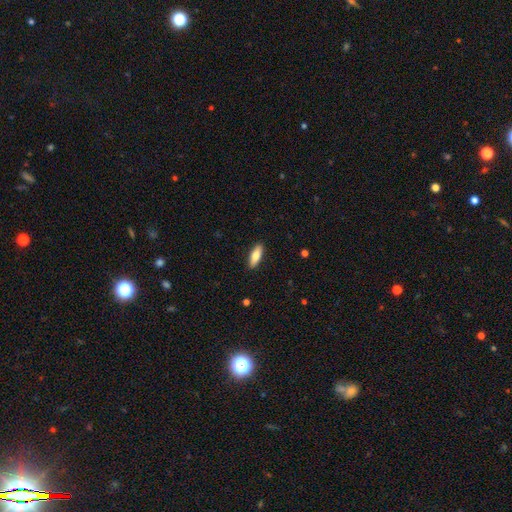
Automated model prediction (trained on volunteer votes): Smooth or featured? smooth (79%)
How rounded? in between (61%)
Merging? none (90%)